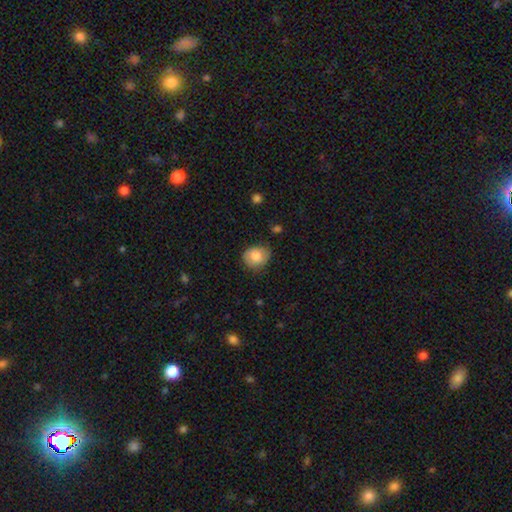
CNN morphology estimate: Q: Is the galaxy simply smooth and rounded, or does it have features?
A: smooth — 74%.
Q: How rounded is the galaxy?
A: round — 65%.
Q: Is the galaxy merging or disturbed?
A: none — 73%.